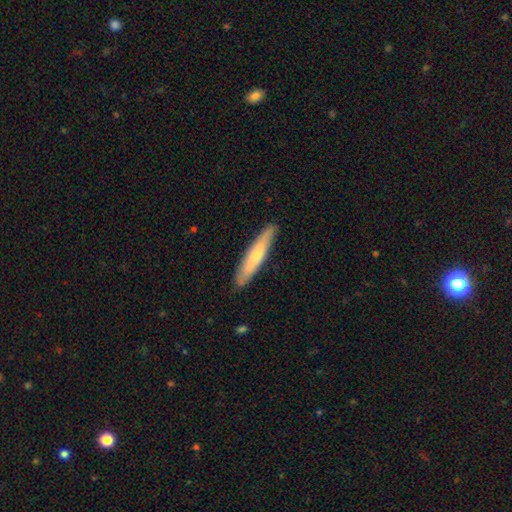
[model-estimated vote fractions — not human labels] A smooth galaxy with no disk features (63%) that is cigar-shaped (90%).

Vote fractions:
- Smooth or featured? smooth: 63% / featured or disk: 32% / star or artifact: 5%
- How rounded? cigar-shaped: 90% / in between: 9% / round: 1%
- Merging? none: 87% / minor disturbance: 10% / major disturbance: 2% / merger: 1%